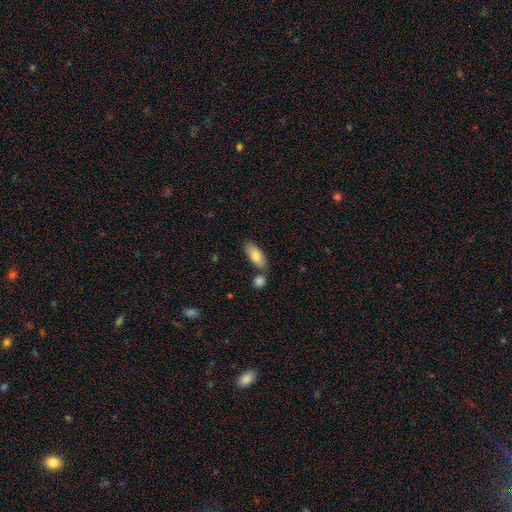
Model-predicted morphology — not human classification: smooth_or_featured: smooth (p=0.81) [alt: featured or disk p=0.13]
how_rounded: in between (p=0.83) [alt: cigar-shaped p=0.15]
merging: none (p=0.70) [alt: merger p=0.14]